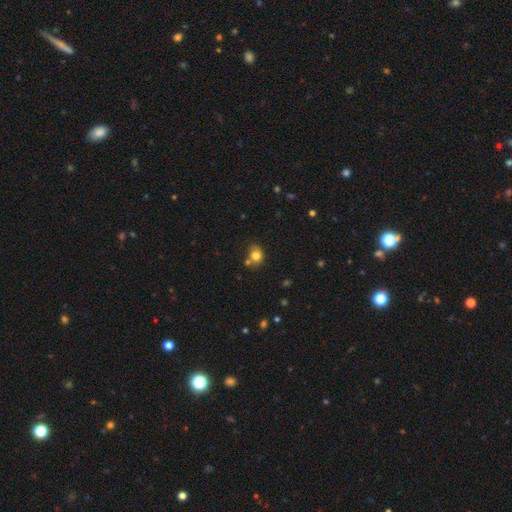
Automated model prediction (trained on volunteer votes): This is likely a smooth galaxy (79%). How rounded: likely round (63%). Merging: possibly none (58%).